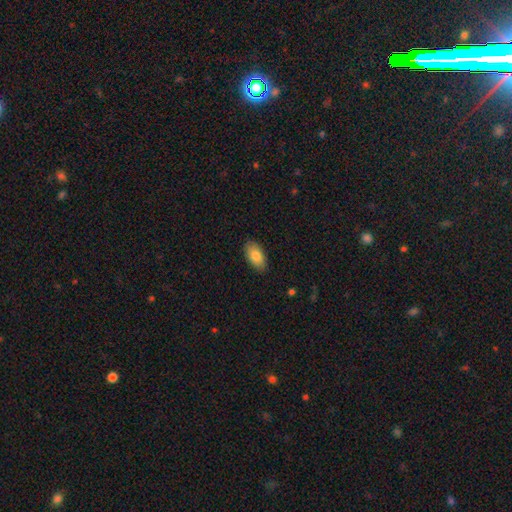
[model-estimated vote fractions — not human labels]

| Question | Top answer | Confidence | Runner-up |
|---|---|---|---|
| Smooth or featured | smooth | 84% | featured or disk (9%) |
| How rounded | in between | 94% | round (3%) |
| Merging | none | 87% | minor disturbance (10%) |